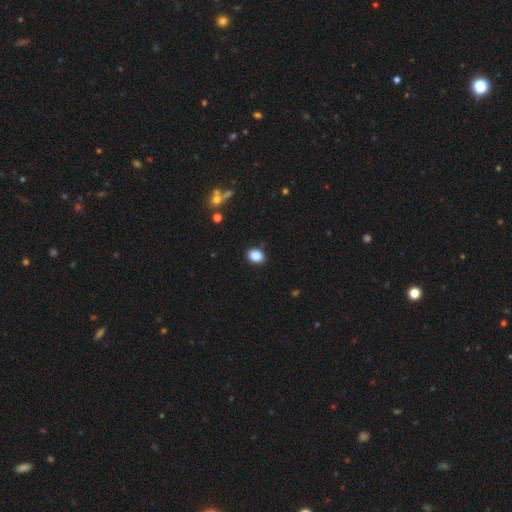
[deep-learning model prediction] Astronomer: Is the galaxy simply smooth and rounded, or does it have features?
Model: smooth — 88%.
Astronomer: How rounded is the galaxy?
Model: round — 51% (runner-up: in between, 48%).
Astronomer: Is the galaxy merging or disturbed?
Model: none — 88%.